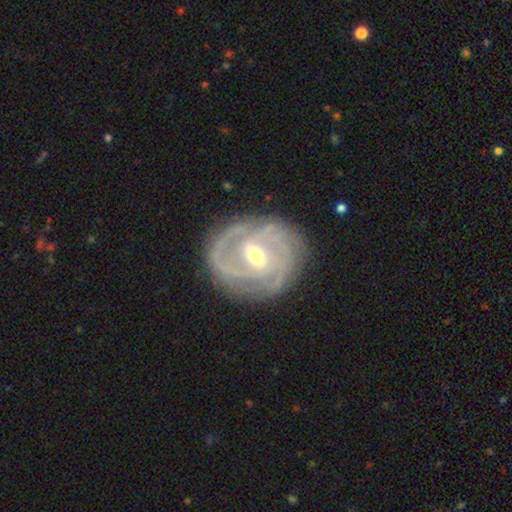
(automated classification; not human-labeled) smooth-or-featured: featured or disk: 88% | smooth: 8% | star or artifact: 5%
  disk-edge-on: no: 97% | yes: 3%
    bar: weak: 53% | strong: 24% | no: 22%
    has-spiral-arms: yes: 95% | no: 5%
      spiral-winding: tight: 62% | medium: 30% | loose: 8%
      spiral-arm-count: 2: 30% | 3: 25% | can't tell: 24% | 4: 9% | 1: 6% | more than 4: 6%
    bulge-size: moderate: 57% | small: 38% | large: 3% | none: 1% | dominant: 1%
  merging: none: 78% | minor disturbance: 15% | major disturbance: 6% | merger: 1%